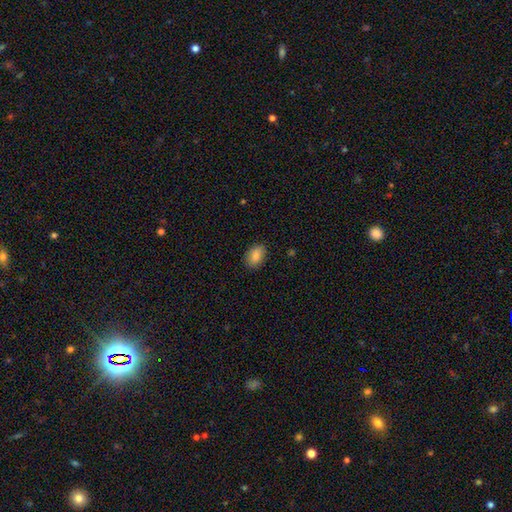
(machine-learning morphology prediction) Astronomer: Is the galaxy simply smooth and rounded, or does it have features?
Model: smooth — 85%.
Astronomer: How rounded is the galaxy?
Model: in between — 87%.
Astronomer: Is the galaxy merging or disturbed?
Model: none — 87%.